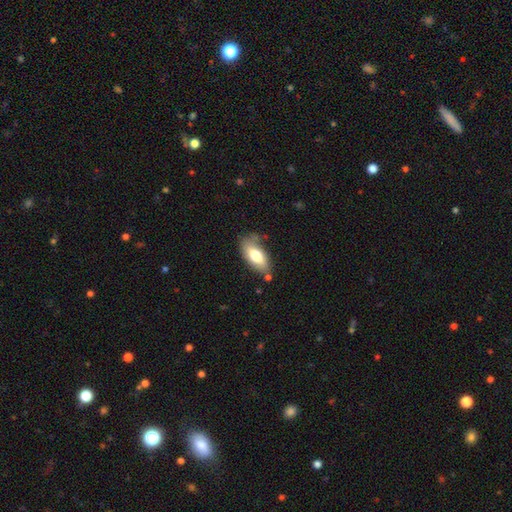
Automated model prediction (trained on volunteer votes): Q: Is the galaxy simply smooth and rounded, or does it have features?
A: smooth — 73%.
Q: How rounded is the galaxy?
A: in between — 89%.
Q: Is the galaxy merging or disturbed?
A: none — 68%.